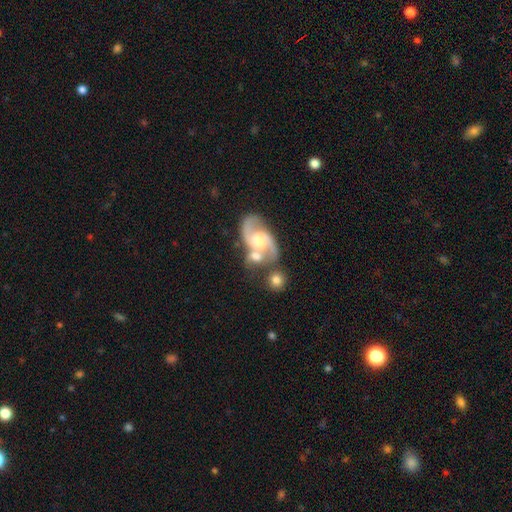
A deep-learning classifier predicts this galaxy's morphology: The model was most divided on "merging": merger: 43%, none: 36%, minor disturbance: 13%, major disturbance: 8%. More confident: edge-on disk — no (97%); spiral arms — yes (95%); spiral arm count — 2 (92%); smooth or featured — featured or disk (80%); bulge size — moderate (54%); bar — no (52%); spiral winding — medium (51%).